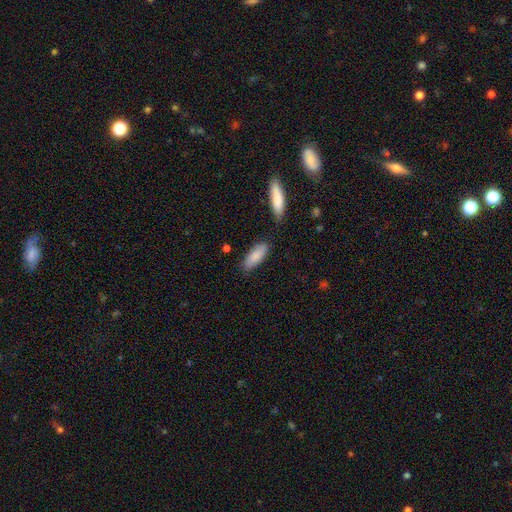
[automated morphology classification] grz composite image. It shows a smooth galaxy with no disk features (85%) that is in between round and cigar-shaped (71%). Merging: none (77%).